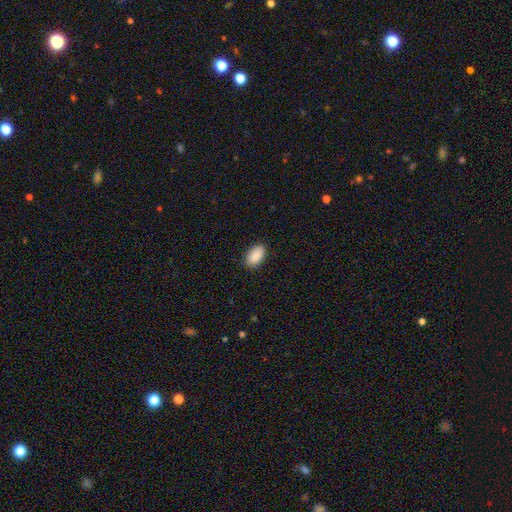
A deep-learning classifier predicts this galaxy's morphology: This appears to be a smooth galaxy with no disk features (90%) that is in between round and cigar-shaped (94%). Merging: none (87%).